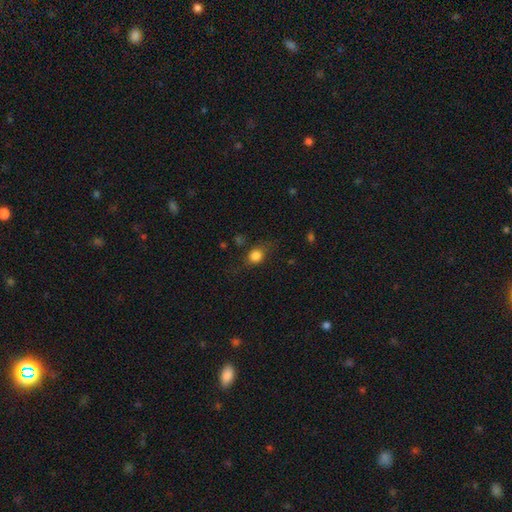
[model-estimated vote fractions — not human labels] A smooth galaxy with no disk features (77%) that is round (61%).

Vote fractions:
- Smooth or featured? smooth: 77% / featured or disk: 12% / star or artifact: 11%
- How rounded? round: 61% / in between: 36% / cigar-shaped: 3%
- Merging? none: 66% / minor disturbance: 21% / major disturbance: 11% / merger: 2%